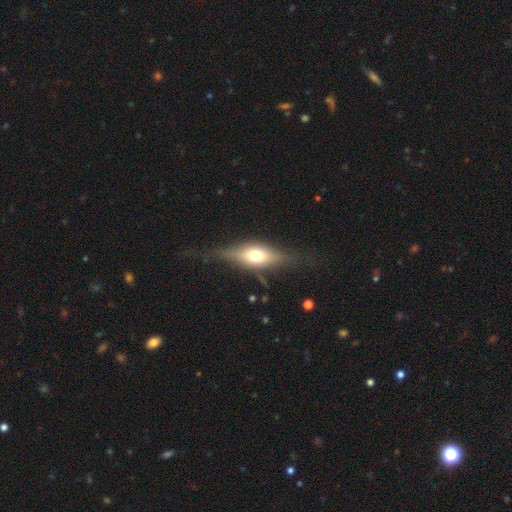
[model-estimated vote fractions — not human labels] Q: Smooth or featured?
A: featured or disk (49%); runner-up: smooth (43%)
Q: Merging?
A: none (71%); runner-up: minor disturbance (18%)